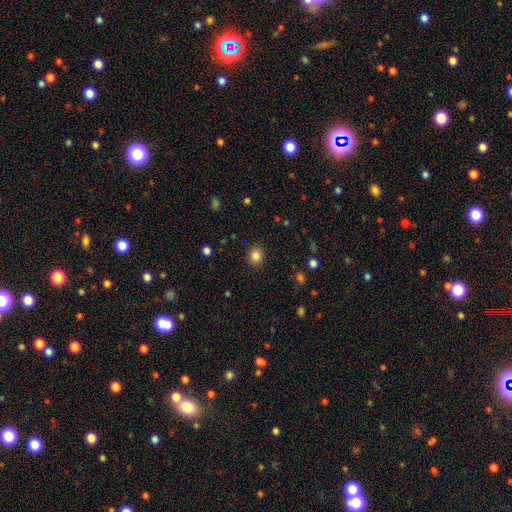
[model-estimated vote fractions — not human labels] A smooth galaxy with no disk features (84%) that is round (75%).

Vote fractions:
- Smooth or featured? smooth: 84% / star or artifact: 11% / featured or disk: 4%
- How rounded? round: 75% / in between: 24% / cigar-shaped: 1%
- Merging? none: 89% / minor disturbance: 8% / major disturbance: 3% / merger: 1%